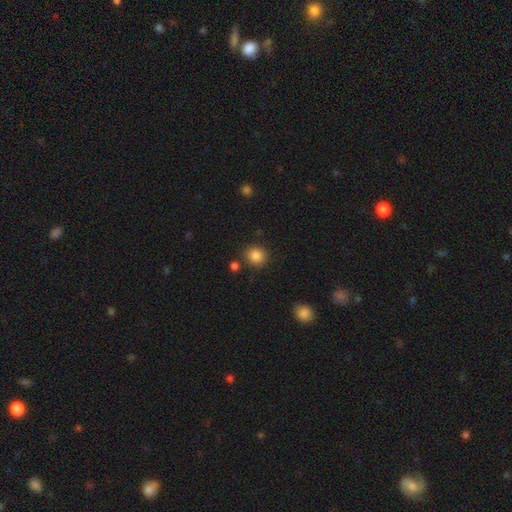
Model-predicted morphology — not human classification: Q: Smooth or featured?
A: smooth (86%); runner-up: star or artifact (10%)
Q: How rounded?
A: round (86%); runner-up: in between (13%)
Q: Merging?
A: none (85%); runner-up: minor disturbance (8%)